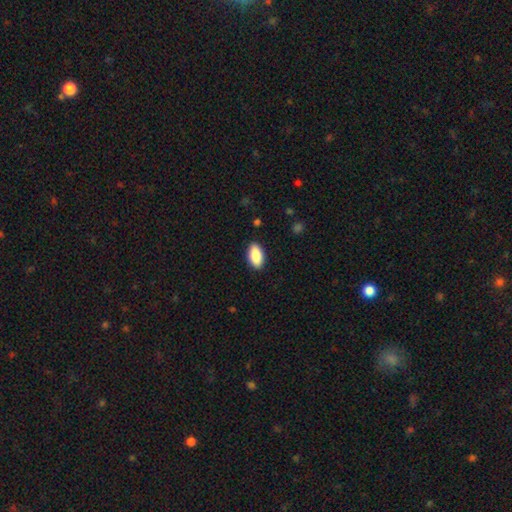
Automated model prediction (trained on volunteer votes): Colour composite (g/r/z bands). It shows a smooth galaxy with no disk features (88%) that is in between round and cigar-shaped (93%). Merging: none (89%).